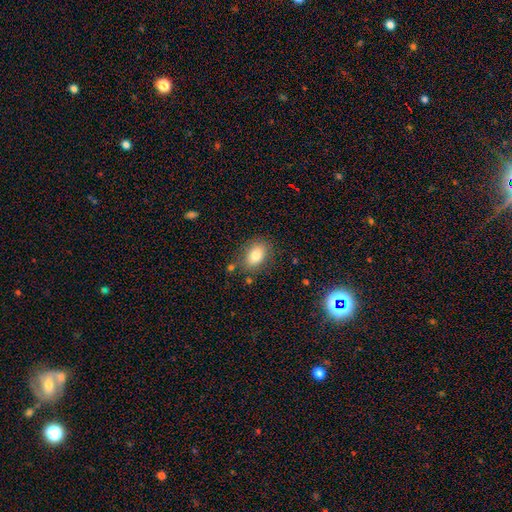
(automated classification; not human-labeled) smooth-or-featured: smooth: 81% | featured or disk: 11% | star or artifact: 8%
  how-rounded: in between: 83% | round: 16% | cigar-shaped: 2%
  merging: none: 76% | minor disturbance: 15% | major disturbance: 4% | merger: 4%